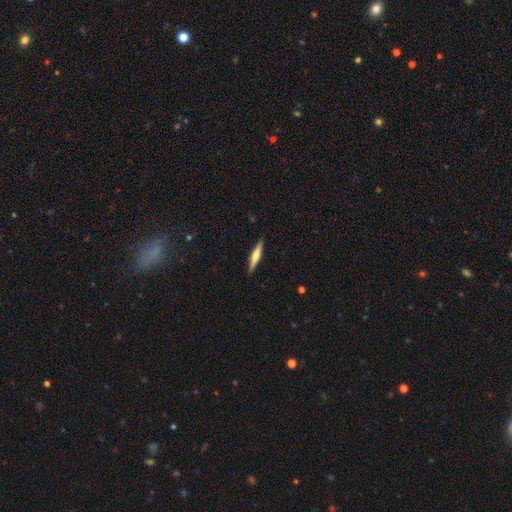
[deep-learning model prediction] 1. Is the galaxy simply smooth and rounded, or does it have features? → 48% smooth, 46% featured or disk, 6% star or artifact.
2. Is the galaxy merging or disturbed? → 90% none, 8% minor disturbance, 2% major disturbance, 1% merger.